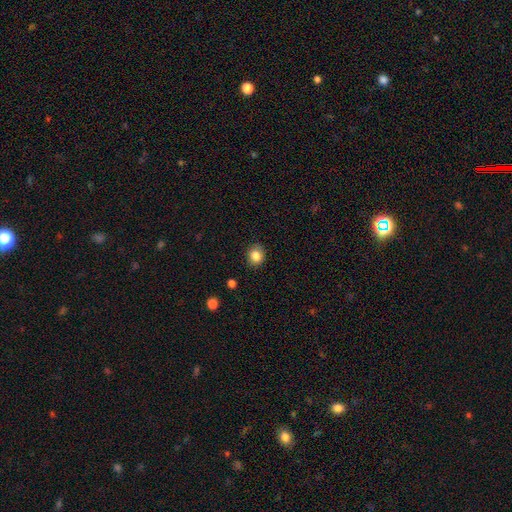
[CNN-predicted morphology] Smooth or featured? Predicted: smooth (p=0.84). How rounded? Predicted: round (p=0.71). Merging? Predicted: none (p=0.87).